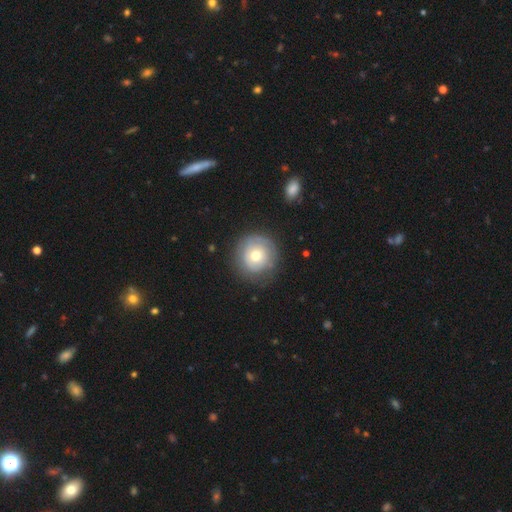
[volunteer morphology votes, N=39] Smooth or featured?
  - featured or disk: 51% *
  - smooth: 38%
  - star or artifact: 10%
Edge-on disk?
  - no: 100% *
  - yes: 0%
Bar?
  - no: 85% *
  - weak: 15%
  - strong: 0%
Spiral arms?
  - no: 55% *
  - yes: 45%
Bulge size?
  - moderate: 80% *
  - small: 15%
  - dominant: 5%
  - large: 0%
  - none: 0%
Merging?
  - none: 63% *
  - minor disturbance: 23%
  - major disturbance: 11%
  - merger: 3%